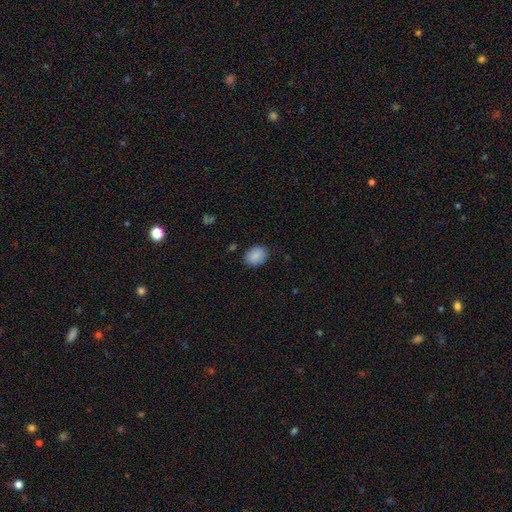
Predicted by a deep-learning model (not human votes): smooth-or-featured: smooth: 88% | star or artifact: 8% | featured or disk: 4%
  how-rounded: in between: 57% | round: 42% | cigar-shaped: 1%
  merging: none: 83% | minor disturbance: 13% | major disturbance: 3% | merger: 1%